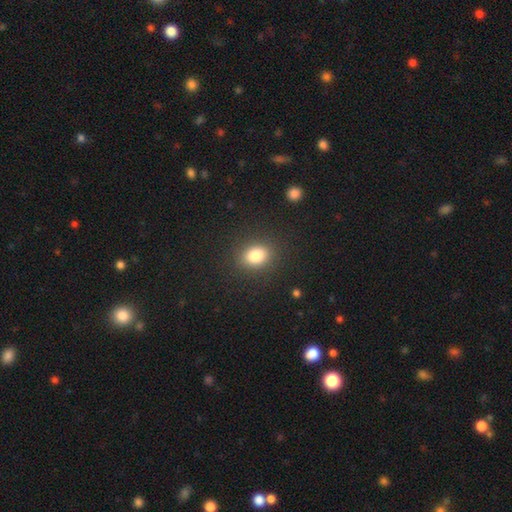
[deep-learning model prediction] A smooth galaxy with no disk features (82%) that is in between round and cigar-shaped (55%).

Vote fractions:
- Smooth or featured? smooth: 82% / star or artifact: 11% / featured or disk: 7%
- How rounded? in between: 55% / round: 44% / cigar-shaped: 1%
- Merging? none: 87% / minor disturbance: 9% / major disturbance: 4% / merger: 1%